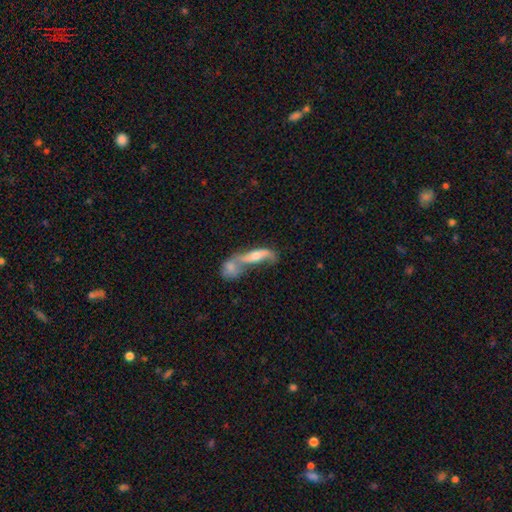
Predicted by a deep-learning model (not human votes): Overall: featured or disk (55%; smooth 36%). Edge-on disk: no (57%; yes 43%). Merging: merger (65%).